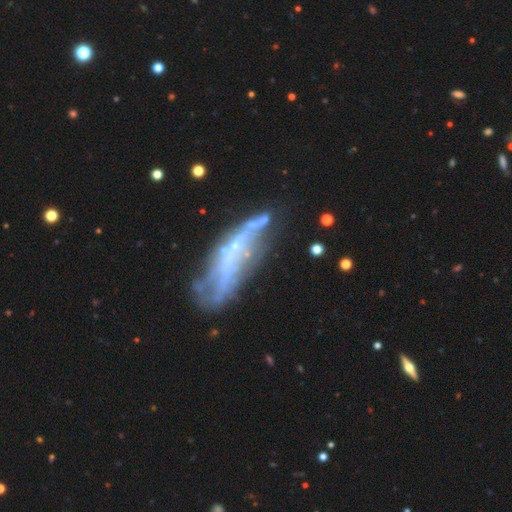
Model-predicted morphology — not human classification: Smooth or featured?
  - featured or disk: 66% *
  - smooth: 22%
  - star or artifact: 12%
Edge-on disk?
  - no: 64% *
  - yes: 36%
Merging?
  - none: 46% *
  - minor disturbance: 24%
  - major disturbance: 20%
  - merger: 9%